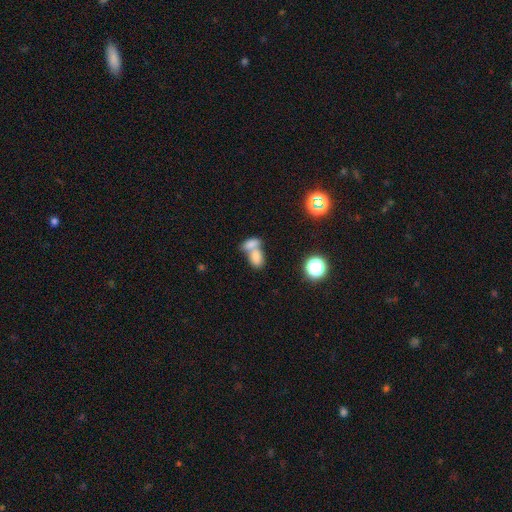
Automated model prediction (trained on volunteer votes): The model was most divided on "merging": merger: 70%, none: 21%, minor disturbance: 6%, major disturbance: 4%. More confident: how rounded — in between (88%); smooth or featured — smooth (78%).